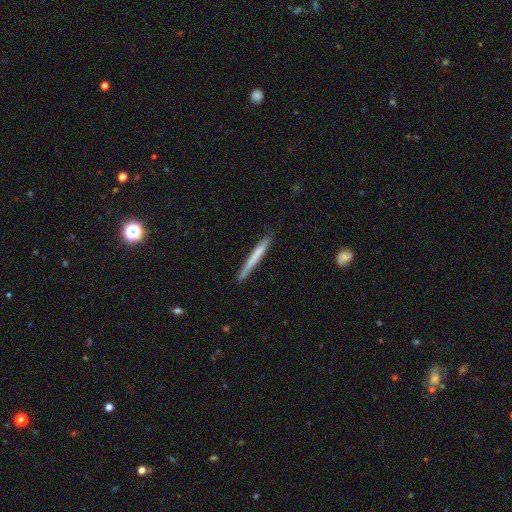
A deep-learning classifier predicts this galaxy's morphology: Smooth or featured?
  - smooth: 61% *
  - featured or disk: 33%
  - star or artifact: 6%
How rounded?
  - cigar-shaped: 97% *
  - in between: 2%
  - round: 1%
Merging?
  - none: 85% *
  - minor disturbance: 11%
  - major disturbance: 2%
  - merger: 2%